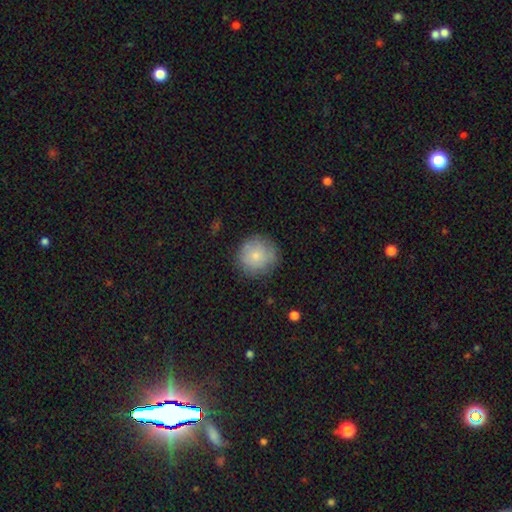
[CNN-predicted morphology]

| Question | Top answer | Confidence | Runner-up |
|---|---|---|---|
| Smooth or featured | smooth | 76% | featured or disk (16%) |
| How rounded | round | 93% | in between (6%) |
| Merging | none | 80% | minor disturbance (14%) |